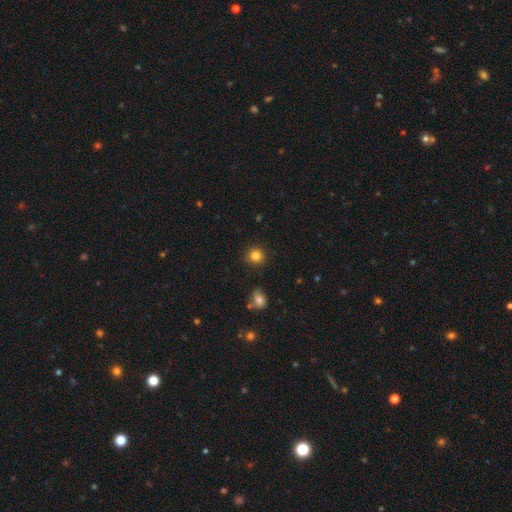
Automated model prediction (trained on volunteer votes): Smooth or featured? Predicted: smooth (p=0.84). How rounded? Predicted: round (p=0.90). Merging? Predicted: none (p=0.87).